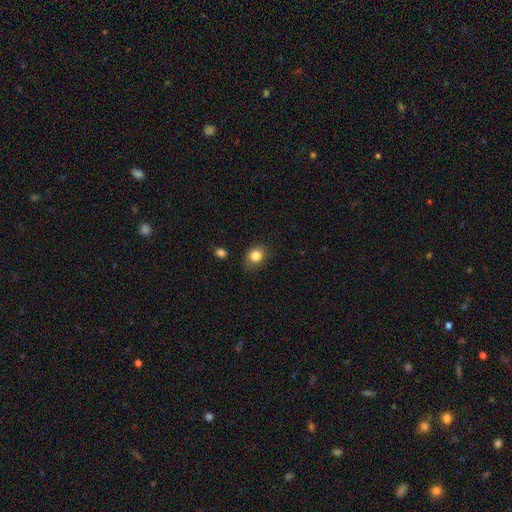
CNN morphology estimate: smooth-or-featured: smooth: 84% | star or artifact: 10% | featured or disk: 6%
  how-rounded: round: 66% | in between: 33% | cigar-shaped: 1%
  merging: none: 75% | minor disturbance: 18% | major disturbance: 4% | merger: 2%